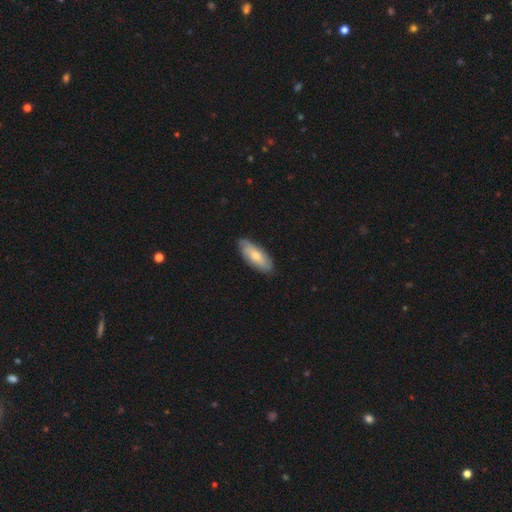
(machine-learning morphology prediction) smooth 63%, featured or disk 32%, star or artifact 5%. Down the decision tree: how rounded — in between (77%); merging — none (81%).